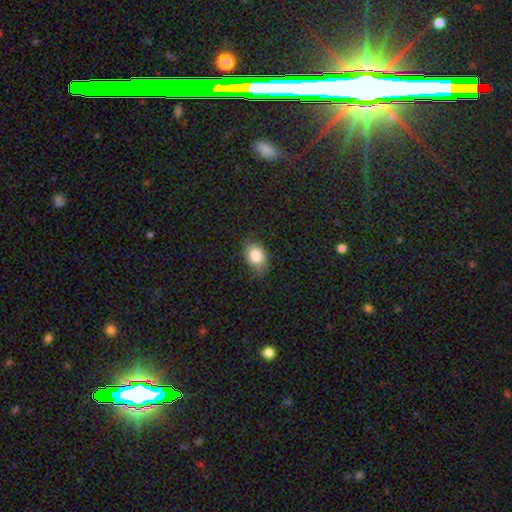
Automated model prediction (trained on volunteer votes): Smooth or featured? Predicted: smooth (p=0.83). How rounded? Predicted: in between (p=0.80). Merging? Predicted: none (p=0.68).